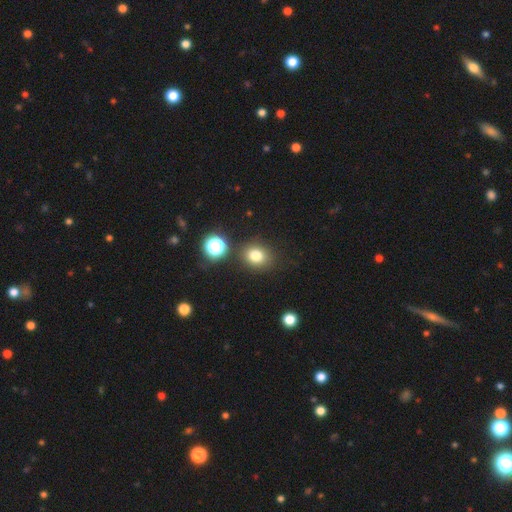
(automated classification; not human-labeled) smooth_or_featured: smooth (p=0.79) [alt: star or artifact p=0.15]
how_rounded: round (p=0.66) [alt: in between p=0.33]
merging: none (p=0.83) [alt: minor disturbance p=0.09]